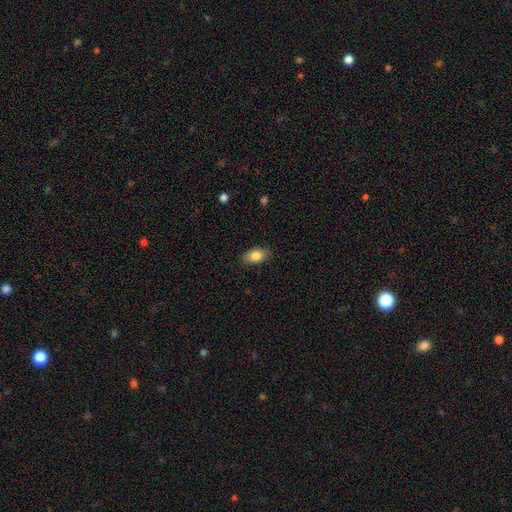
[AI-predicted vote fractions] Smooth or featured?
  - smooth: 83% *
  - featured or disk: 10%
  - star or artifact: 7%
How rounded?
  - in between: 90% *
  - round: 7%
  - cigar-shaped: 3%
Merging?
  - none: 84% *
  - minor disturbance: 12%
  - major disturbance: 3%
  - merger: 1%